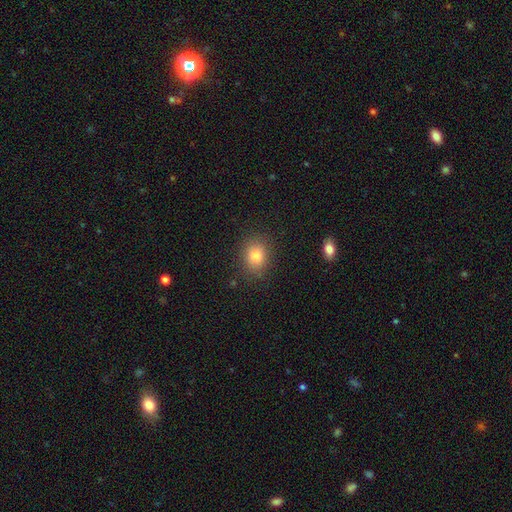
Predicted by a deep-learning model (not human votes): A smooth galaxy with no disk features (84%) that is round (53%). Merging: none (84%).